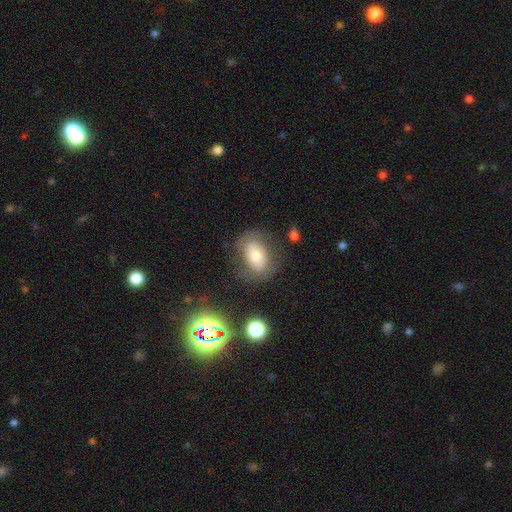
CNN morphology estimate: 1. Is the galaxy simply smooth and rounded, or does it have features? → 60% smooth, 30% featured or disk, 10% star or artifact.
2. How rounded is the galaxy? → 79% in between, 19% round, 2% cigar-shaped.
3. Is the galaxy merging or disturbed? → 71% none, 16% minor disturbance, 10% major disturbance, 3% merger.